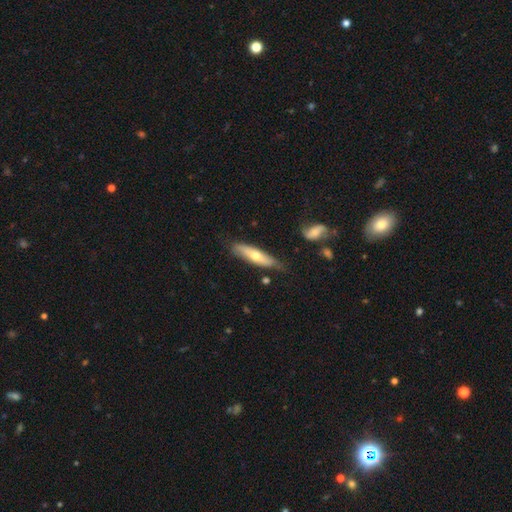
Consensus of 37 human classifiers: Smooth or featured: smooth — 51% (featured or disk — 43%)
How rounded: cigar-shaped — 53% (in between — 47%)
Merging: none — 69% (minor disturbance — 29%)